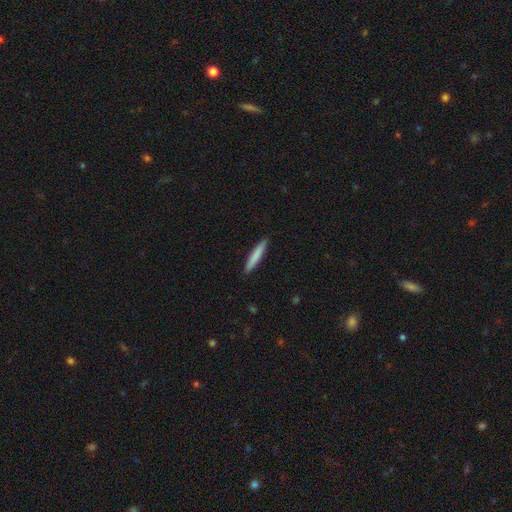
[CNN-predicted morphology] Smooth or featured? Predicted: smooth (p=0.79). How rounded? Predicted: cigar-shaped (p=0.94). Merging? Predicted: none (p=0.91).